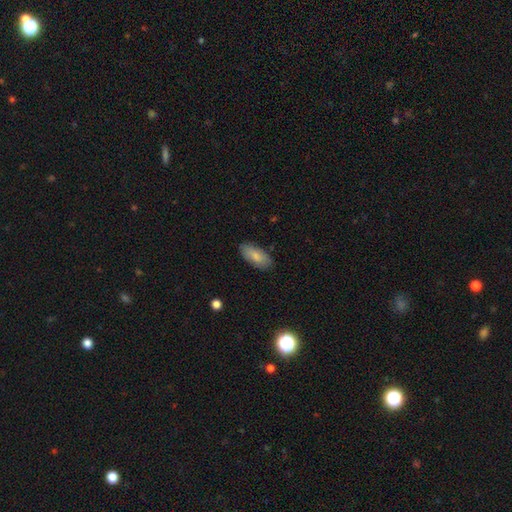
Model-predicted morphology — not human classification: type=smooth (82%); roundness=in between (87%); merging=none (84%).